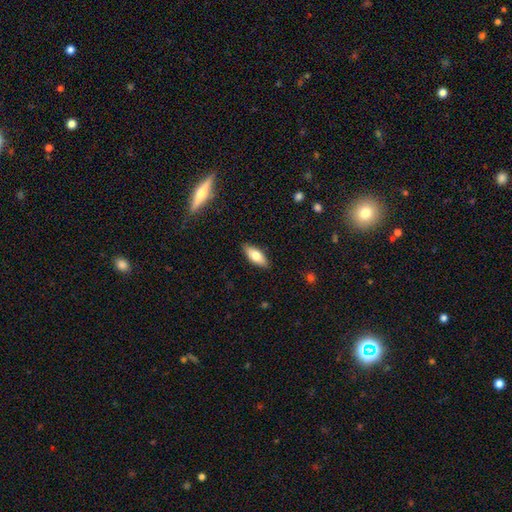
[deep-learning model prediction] This is likely a smooth galaxy (73%). How rounded: likely in between (78%). Merging: clearly none (87%).